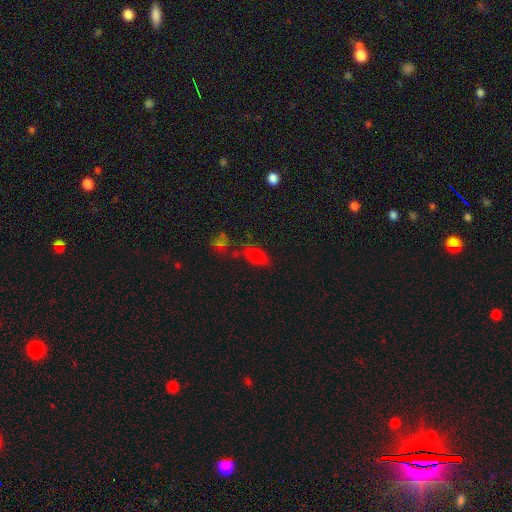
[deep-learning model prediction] Smooth or featured: smooth — 71% (star or artifact — 17%)
How rounded: in between — 81% (round — 11%)
Merging: none — 48% (merger — 26%)